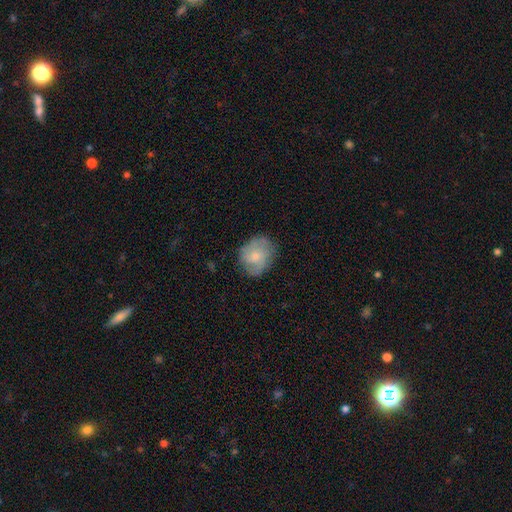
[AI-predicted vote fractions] smooth-or-featured: smooth: 56% | featured or disk: 37% | star or artifact: 7%
  how-rounded: round: 55% | in between: 44% | cigar-shaped: 1%
  merging: none: 71% | minor disturbance: 21% | major disturbance: 7% | merger: 1%